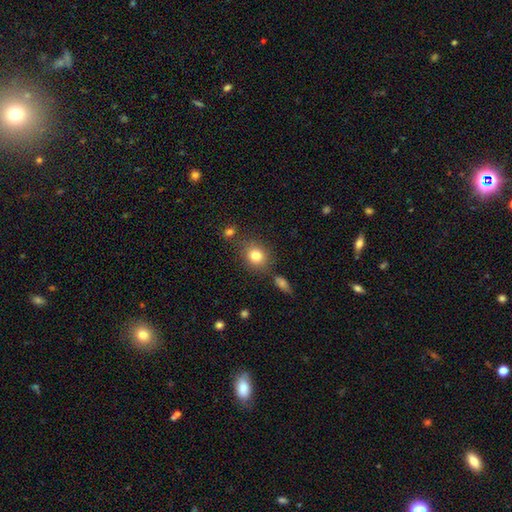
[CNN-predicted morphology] type=smooth (81%); roundness=round (68%); merging=none (75%).